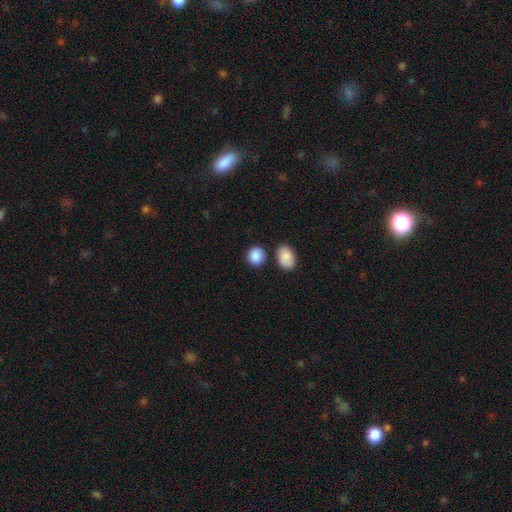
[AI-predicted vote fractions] Smooth or featured?
  - smooth: 89% *
  - star or artifact: 7%
  - featured or disk: 4%
How rounded?
  - round: 71% *
  - in between: 28%
  - cigar-shaped: 1%
Merging?
  - none: 78% *
  - minor disturbance: 11%
  - merger: 9%
  - major disturbance: 3%